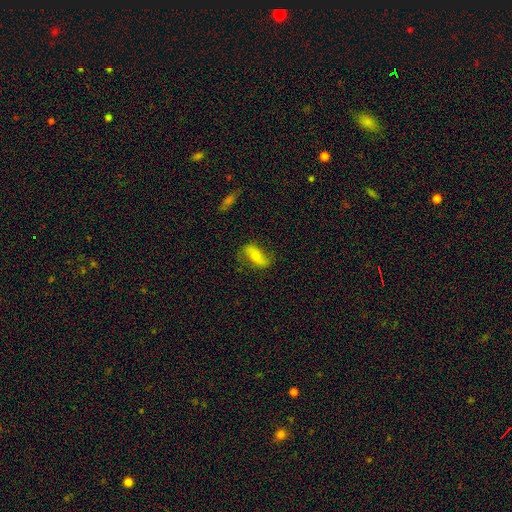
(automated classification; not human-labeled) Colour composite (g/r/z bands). It shows a featured or disk galaxy (48%). Merging: none (71%).